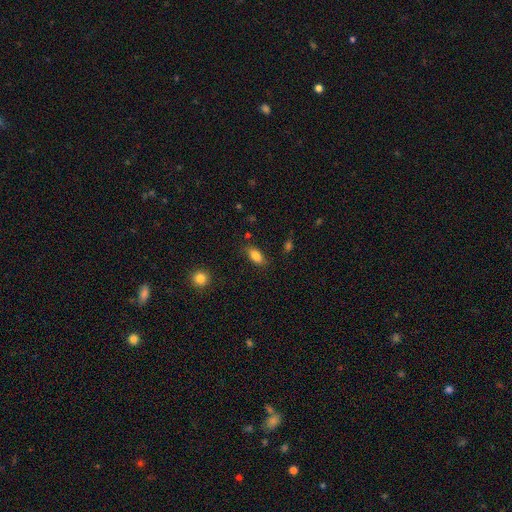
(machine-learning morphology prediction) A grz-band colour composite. It shows a smooth galaxy with no disk features (82%) that is in between round and cigar-shaped (86%). Merging: none (80%).